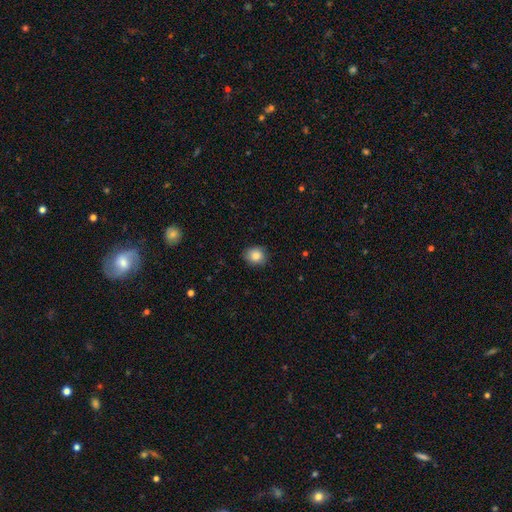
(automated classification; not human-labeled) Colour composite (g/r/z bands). It shows a smooth galaxy with no disk features (85%) that is round (78%). Merging: none (85%).